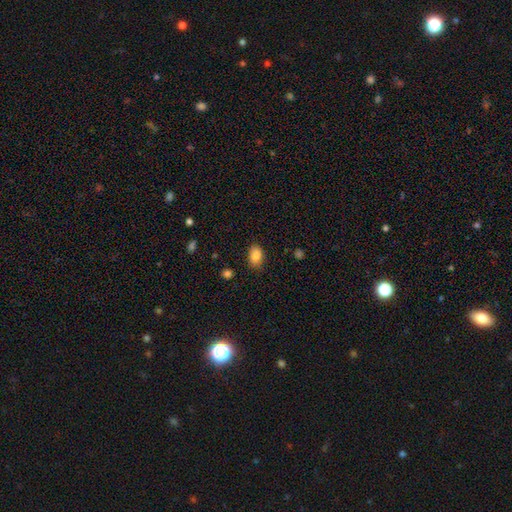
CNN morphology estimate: Smooth or featured? smooth (87%)
How rounded? in between (85%)
Merging? none (83%)